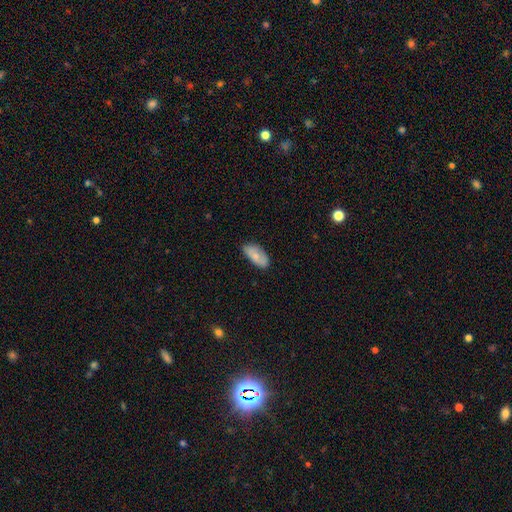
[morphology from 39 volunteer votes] smooth 79%, featured or disk 18%, star or artifact 3%. Down the decision tree: how rounded — in between (90%); merging — none (50%).